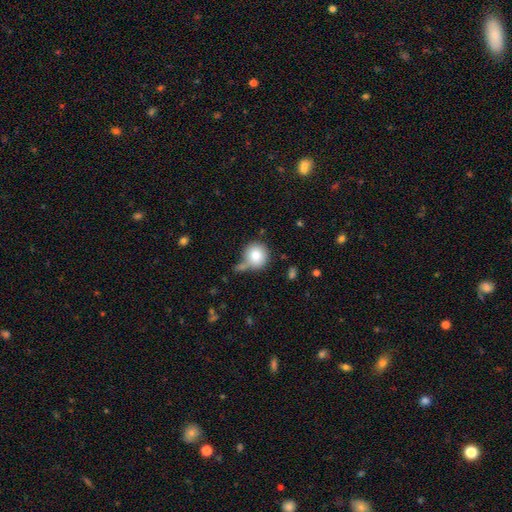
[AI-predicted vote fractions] Smooth or featured?
  - smooth: 83% *
  - featured or disk: 9%
  - star or artifact: 8%
How rounded?
  - round: 89% *
  - in between: 10%
  - cigar-shaped: 1%
Merging?
  - none: 56% *
  - minor disturbance: 19%
  - merger: 17%
  - major disturbance: 8%